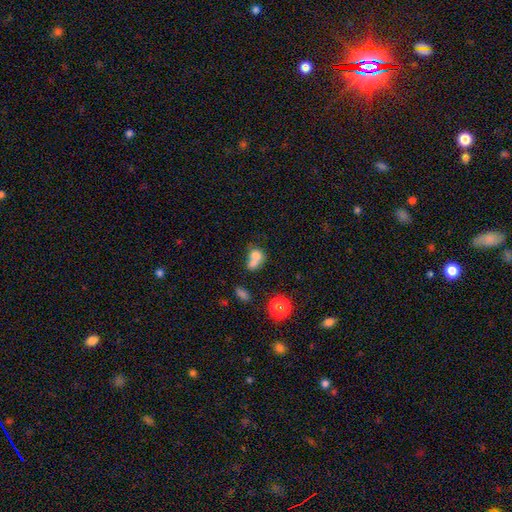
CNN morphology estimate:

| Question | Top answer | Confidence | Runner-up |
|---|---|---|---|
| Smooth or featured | smooth | 69% | featured or disk (18%) |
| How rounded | round | 56% | in between (43%) |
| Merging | merger | 61% | none (24%) |